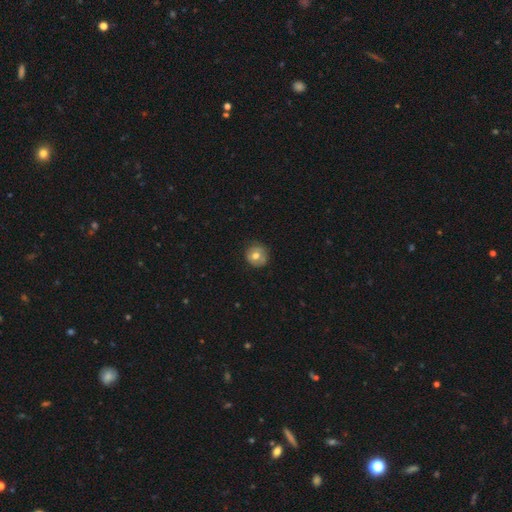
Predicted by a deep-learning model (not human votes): Q: Smooth or featured?
A: smooth (67%); runner-up: featured or disk (24%)
Q: How rounded?
A: round (90%); runner-up: in between (9%)
Q: Merging?
A: none (79%); runner-up: minor disturbance (16%)